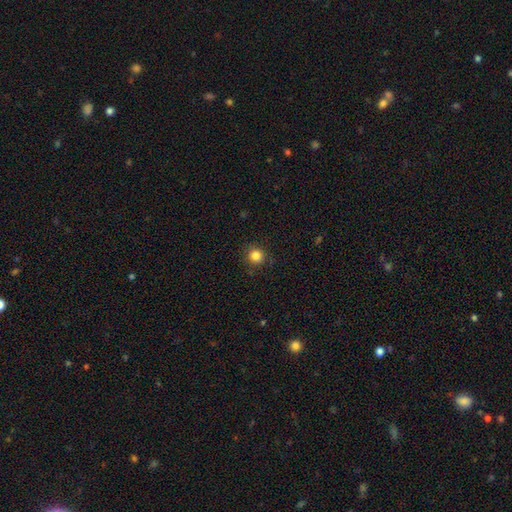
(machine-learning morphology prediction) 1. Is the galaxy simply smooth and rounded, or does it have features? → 84% smooth, 12% star or artifact, 5% featured or disk.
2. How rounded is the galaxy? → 92% round, 7% in between, 1% cigar-shaped.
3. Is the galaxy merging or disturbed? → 89% none, 8% minor disturbance, 2% major disturbance, 1% merger.